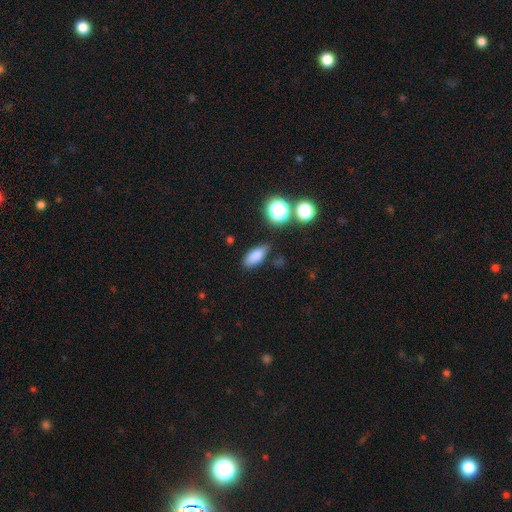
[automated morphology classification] Smooth or featured: smooth — 80% (star or artifact — 12%)
How rounded: in between — 81% (cigar-shaped — 12%)
Merging: none — 75% (minor disturbance — 17%)